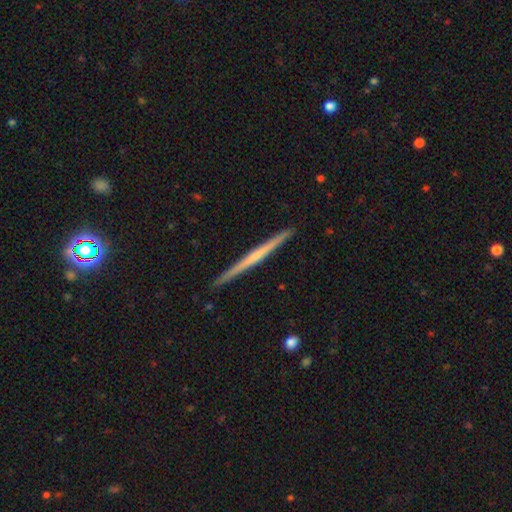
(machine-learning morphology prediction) Smooth or featured? Predicted: featured or disk (p=0.65). Edge-on disk? Predicted: yes (p=0.98). Edge-on bulge? Predicted: none (p=0.68). Merging? Predicted: none (p=0.92).